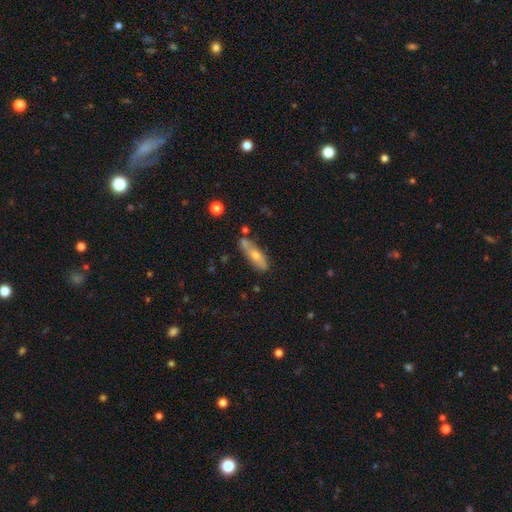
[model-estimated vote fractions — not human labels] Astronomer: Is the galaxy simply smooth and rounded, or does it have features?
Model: smooth — 62%.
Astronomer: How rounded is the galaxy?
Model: cigar-shaped — 49% (runner-up: in between, 48%).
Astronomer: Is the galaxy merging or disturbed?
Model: none — 62%.